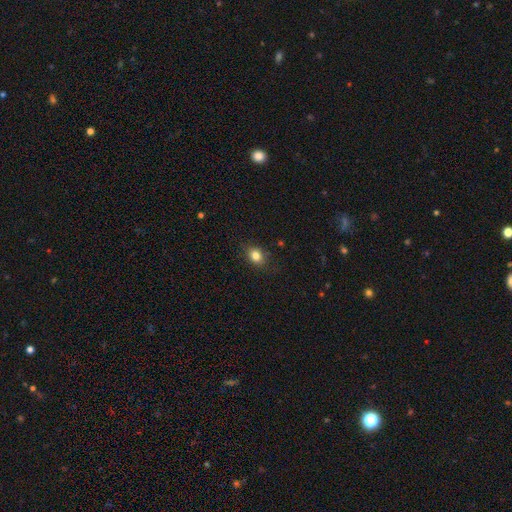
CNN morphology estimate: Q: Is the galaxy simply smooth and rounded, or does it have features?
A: smooth — 82%.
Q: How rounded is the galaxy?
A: in between — 54%.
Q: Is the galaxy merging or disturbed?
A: none — 83%.